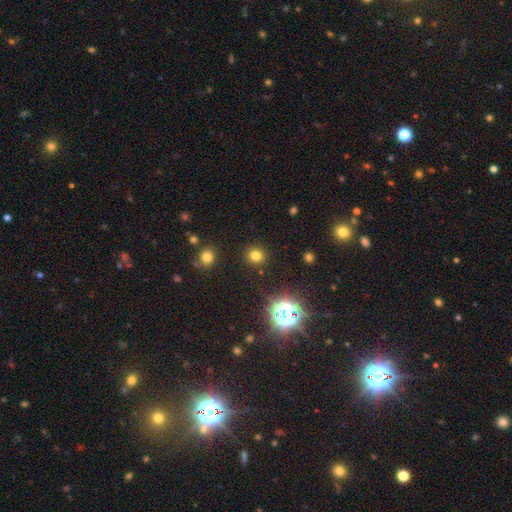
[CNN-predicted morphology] This is likely a smooth galaxy (74%). How rounded: clearly round (88%). Merging: clearly none (90%).